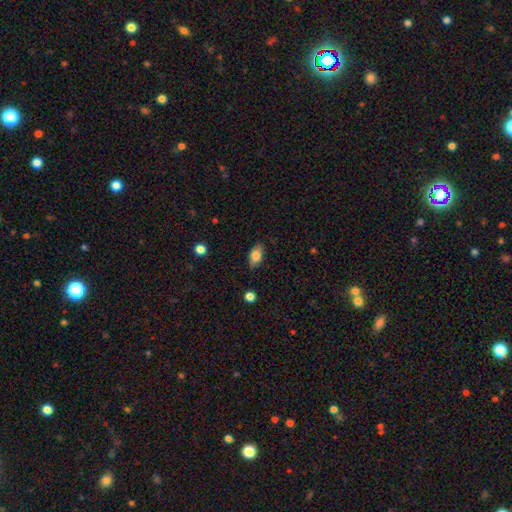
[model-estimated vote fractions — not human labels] Q: Smooth or featured?
A: smooth (80%); runner-up: featured or disk (12%)
Q: How rounded?
A: in between (90%); runner-up: round (7%)
Q: Merging?
A: none (80%); runner-up: minor disturbance (15%)